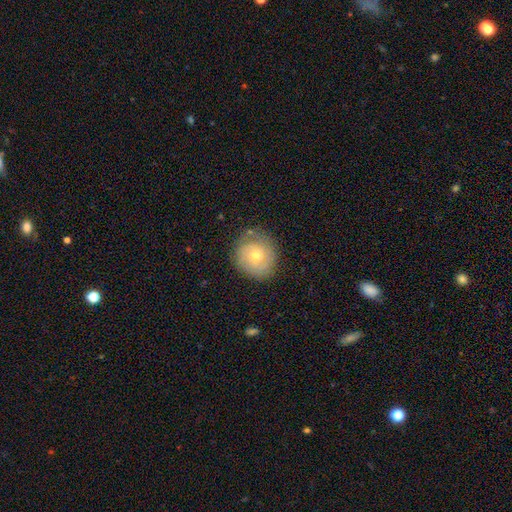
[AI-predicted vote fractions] Smooth or featured?
  - smooth: 52% *
  - featured or disk: 40%
  - star or artifact: 9%
How rounded?
  - round: 87% *
  - in between: 12%
  - cigar-shaped: 1%
Merging?
  - none: 76% *
  - minor disturbance: 17%
  - major disturbance: 5%
  - merger: 2%